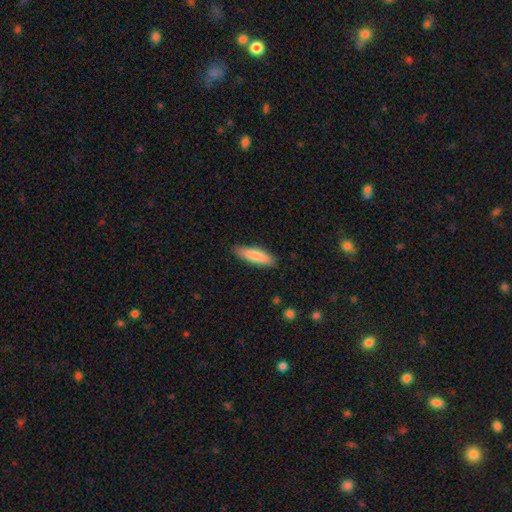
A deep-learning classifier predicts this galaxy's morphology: smooth_or_featured: smooth (p=0.86) [alt: featured or disk p=0.09]
how_rounded: cigar-shaped (p=0.62) [alt: in between p=0.36]
merging: none (p=0.87) [alt: minor disturbance p=0.10]